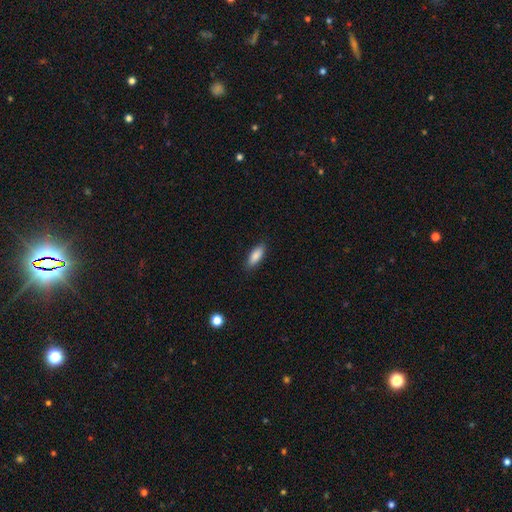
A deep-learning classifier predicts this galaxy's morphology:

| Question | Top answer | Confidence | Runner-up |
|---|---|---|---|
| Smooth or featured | smooth | 86% | featured or disk (7%) |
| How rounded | in between | 70% | cigar-shaped (28%) |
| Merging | none | 88% | minor disturbance (9%) |